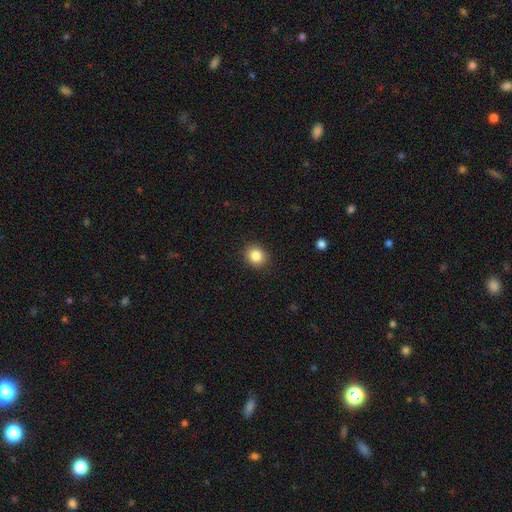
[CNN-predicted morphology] Overall: smooth (85%). How rounded: round (77%). Merging: none (90%).